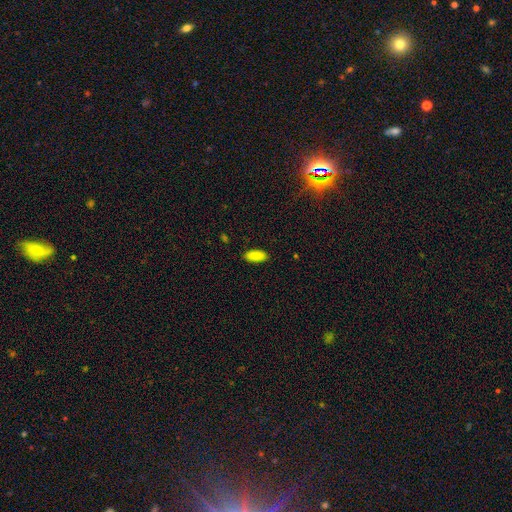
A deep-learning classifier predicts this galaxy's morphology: Smooth or featured? smooth (89%)
How rounded? in between (88%)
Merging? none (89%)